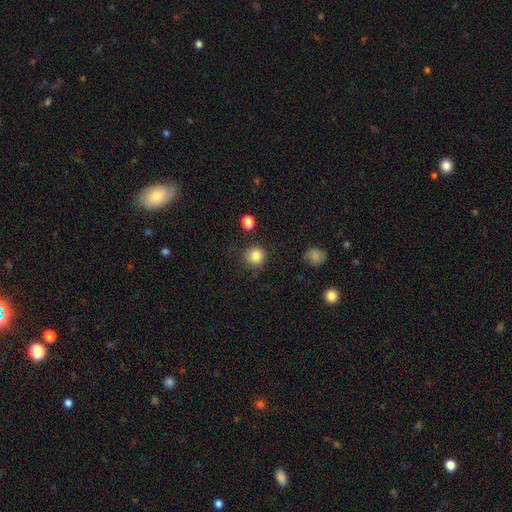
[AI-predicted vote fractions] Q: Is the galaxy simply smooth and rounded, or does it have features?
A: smooth — 85%.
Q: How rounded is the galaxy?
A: round — 91%.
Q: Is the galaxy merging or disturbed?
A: none — 83%.